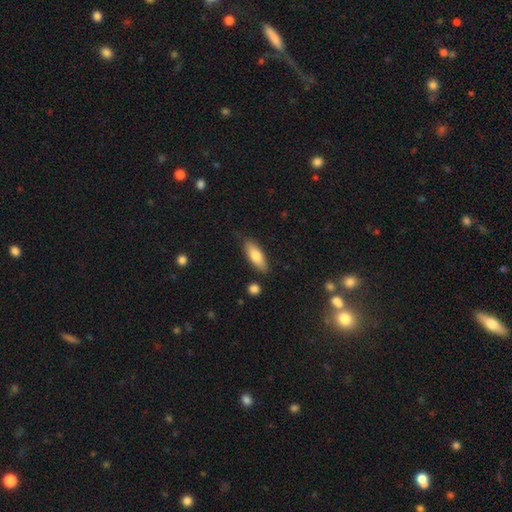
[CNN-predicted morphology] smooth-or-featured: smooth: 78% | featured or disk: 16% | star or artifact: 6%
  how-rounded: in between: 63% | cigar-shaped: 35% | round: 2%
  merging: none: 81% | minor disturbance: 14% | major disturbance: 3% | merger: 3%